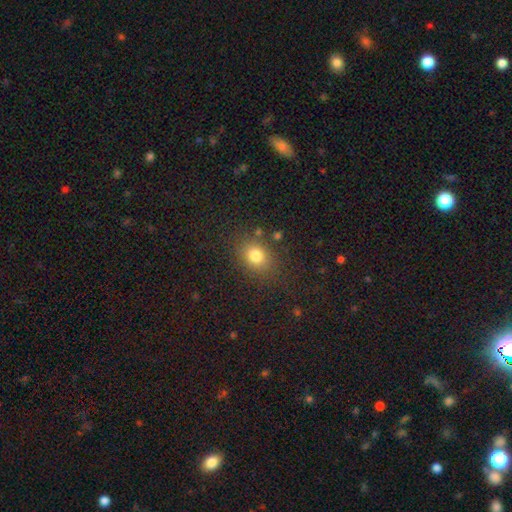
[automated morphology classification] type=smooth (79%); roundness=in between (51%); merging=none (80%).